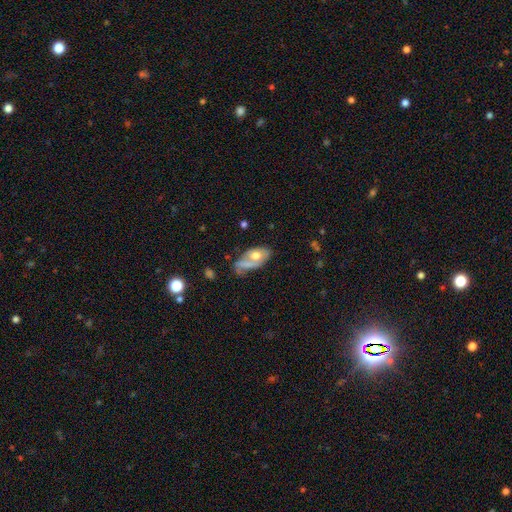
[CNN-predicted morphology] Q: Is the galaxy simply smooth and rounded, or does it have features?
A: smooth — 53%.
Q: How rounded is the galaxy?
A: in between — 88%.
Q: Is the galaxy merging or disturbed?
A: none — 28%, tied with major disturbance.